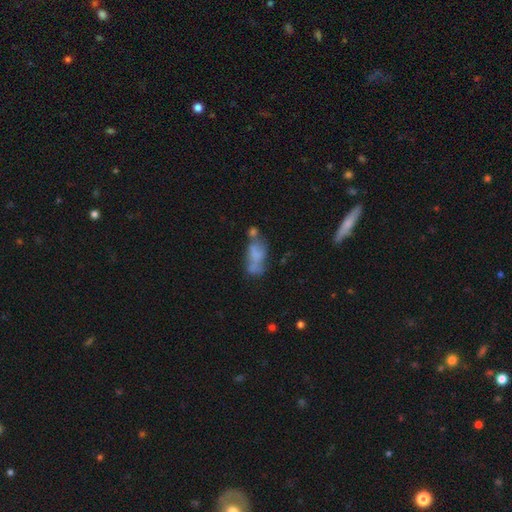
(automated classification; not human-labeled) Overall: smooth (48%; featured or disk 39%). Merging: merger (33%; none 29%).